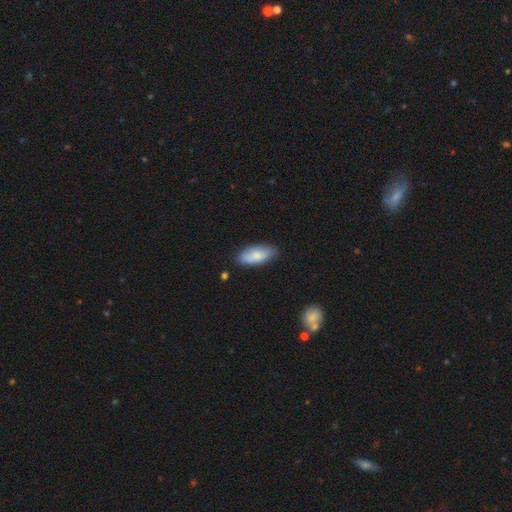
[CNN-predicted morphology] This is likely a smooth galaxy (78%). How rounded: clearly in between (85%). Merging: likely none (77%).